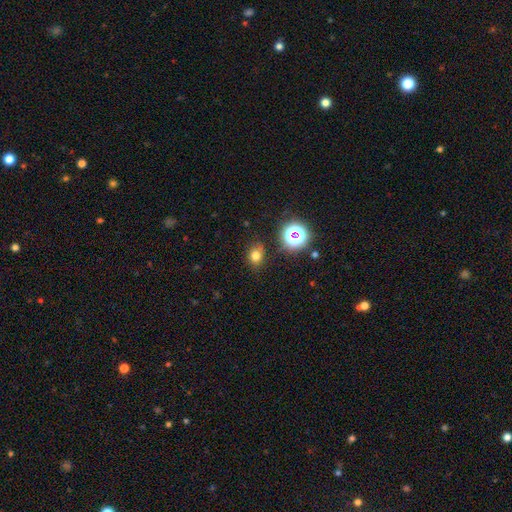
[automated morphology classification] This is likely a smooth galaxy (73%). How rounded: possibly round (57%). Merging: likely none (78%).